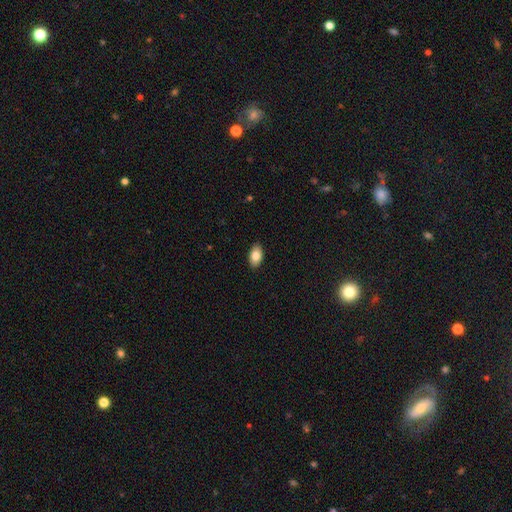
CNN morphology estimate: Q: Smooth or featured?
A: smooth (83%); runner-up: featured or disk (10%)
Q: How rounded?
A: in between (93%); runner-up: round (5%)
Q: Merging?
A: none (89%); runner-up: minor disturbance (8%)